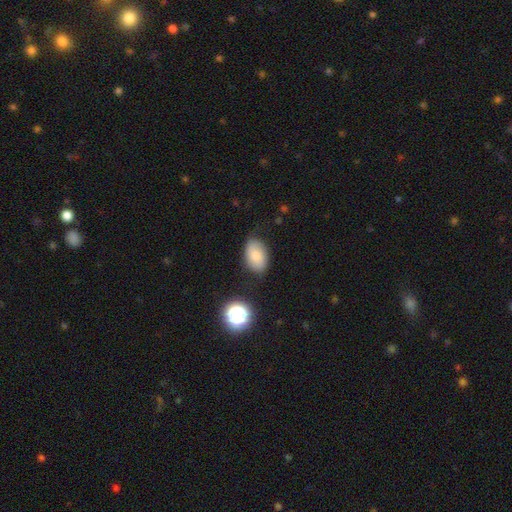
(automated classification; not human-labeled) Overall: smooth (75%). How rounded: in between (87%). Merging: none (75%).